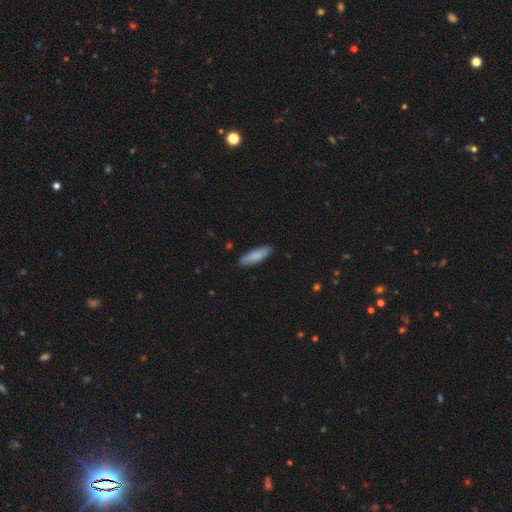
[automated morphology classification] Smooth or featured? Predicted: smooth (p=0.85). How rounded? Predicted: cigar-shaped (p=0.63). Merging? Predicted: none (p=0.86).